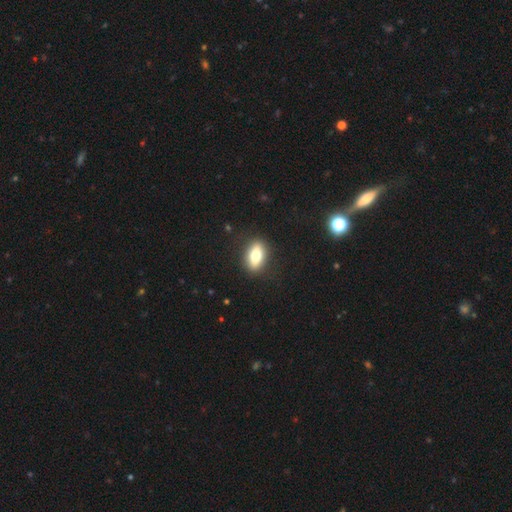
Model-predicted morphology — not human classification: A smooth galaxy with no disk features (68%) that is in between round and cigar-shaped (79%). Merging: none (87%).